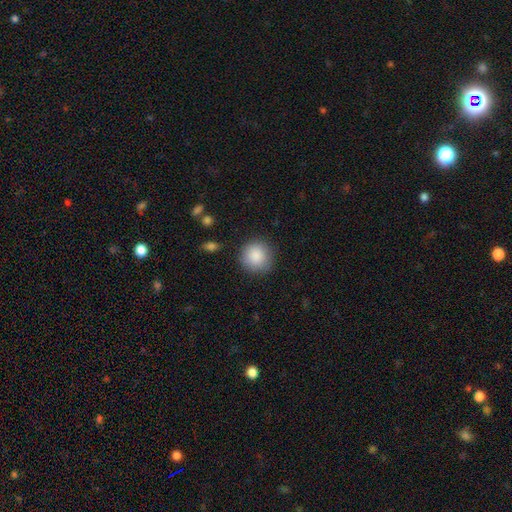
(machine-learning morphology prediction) Smooth or featured?
  - smooth: 88% *
  - star or artifact: 8%
  - featured or disk: 5%
How rounded?
  - round: 94% *
  - in between: 5%
  - cigar-shaped: 1%
Merging?
  - none: 86% *
  - minor disturbance: 10%
  - major disturbance: 3%
  - merger: 1%